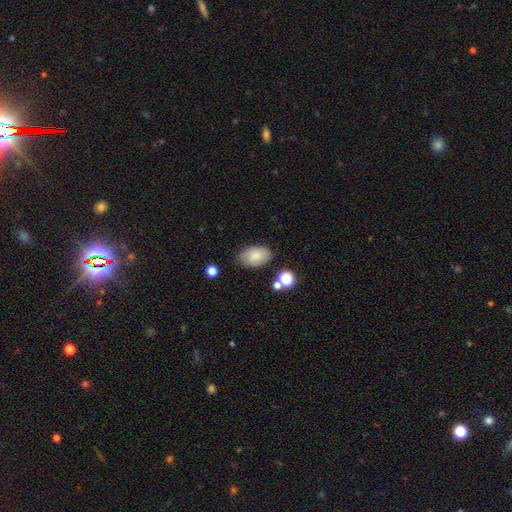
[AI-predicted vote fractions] Morphology: type=smooth (80%); roundness=in between (90%); merging=none (75%).